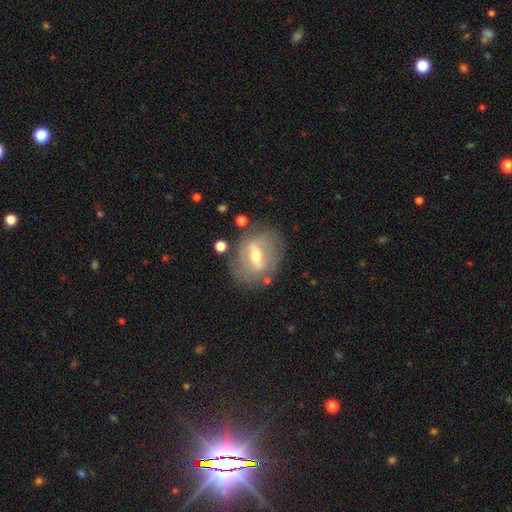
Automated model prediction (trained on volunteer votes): featured or disk 68%, smooth 24%, star or artifact 7%. Down the decision tree: edge-on disk — no (83%); bar — strong (57%); spiral arms — no (63%); bulge size — moderate (67%); merging — none (73%).